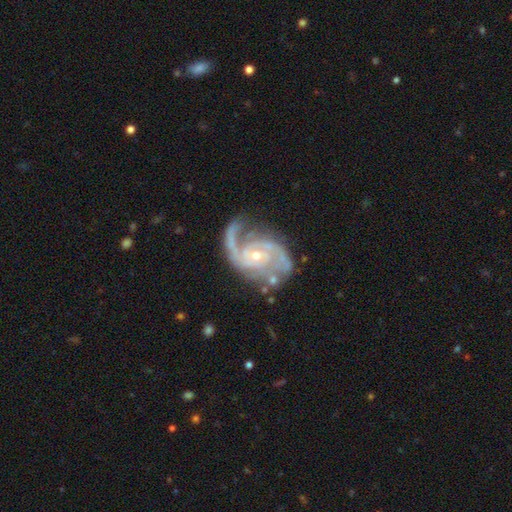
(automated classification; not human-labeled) smooth-or-featured: featured or disk: 92% | star or artifact: 5% | smooth: 4%
  disk-edge-on: no: 98% | yes: 2%
    bar: no: 58% | weak: 32% | strong: 10%
    has-spiral-arms: yes: 98% | no: 2%
      spiral-winding: medium: 54% | tight: 30% | loose: 16%
      spiral-arm-count: 2: 76% | 3: 9% | can't tell: 6% | 1: 4% | 4: 3% | more than 4: 3%
    bulge-size: small: 71% | moderate: 26% | none: 1% | large: 1% | dominant: 1%
  merging: none: 59% | minor disturbance: 22% | major disturbance: 15% | merger: 4%